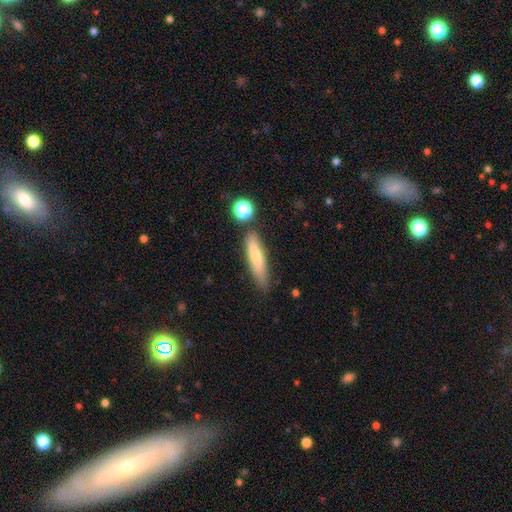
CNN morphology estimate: This appears to be a smooth galaxy with no disk features (69%) that is cigar-shaped (78%). Merging: none (71%).